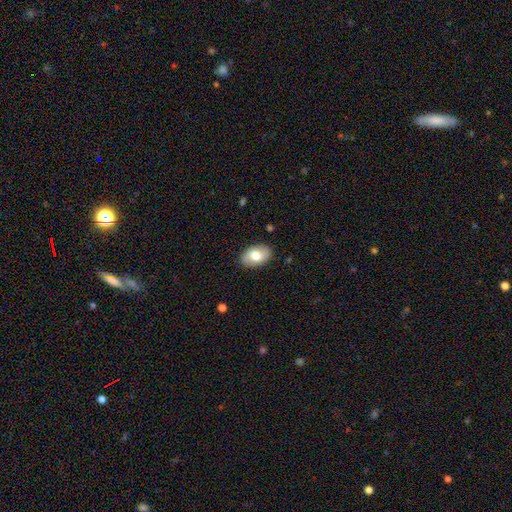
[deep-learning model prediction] Q: Smooth or featured?
A: smooth (73%); runner-up: featured or disk (21%)
Q: How rounded?
A: in between (91%); runner-up: round (8%)
Q: Merging?
A: none (85%); runner-up: minor disturbance (11%)